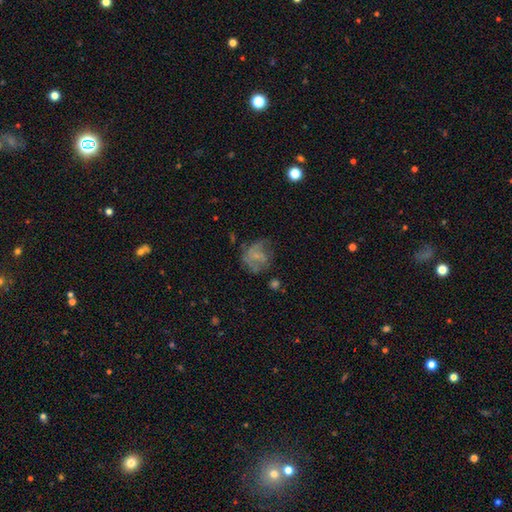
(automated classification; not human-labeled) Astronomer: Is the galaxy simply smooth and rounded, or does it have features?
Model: smooth — 46% (runner-up: featured or disk, 43%).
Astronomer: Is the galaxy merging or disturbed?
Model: none — 44% (runner-up: minor disturbance, 27%).